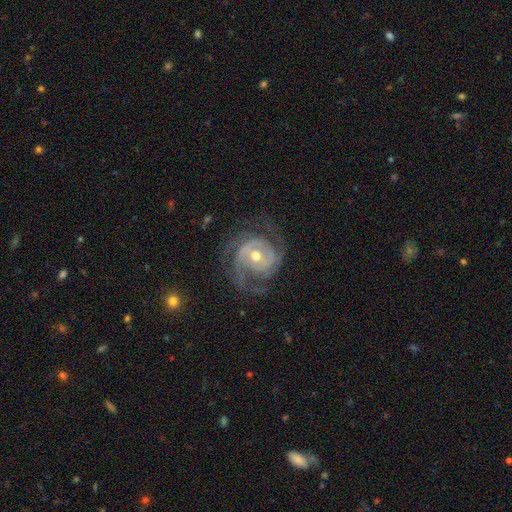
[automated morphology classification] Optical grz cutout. It shows a featured or disk galaxy (88%) with no bar (65%), 2 (40%) tight (49%) spiral arms (96%) and a moderate central bulge (65%). Merging: none (66%).